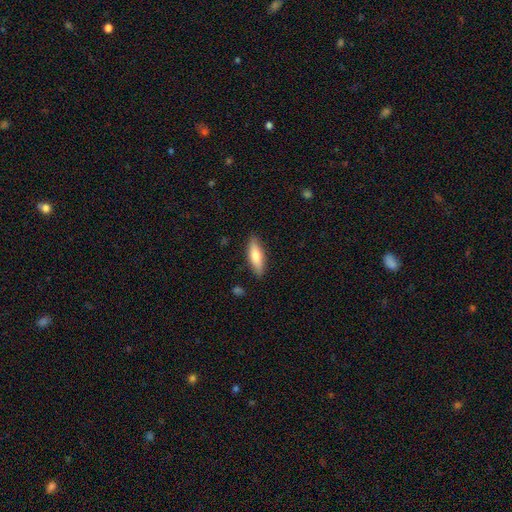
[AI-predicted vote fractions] A smooth galaxy with no disk features (68%) that is cigar-shaped (49%, tied with in between). Merging: none (87%).